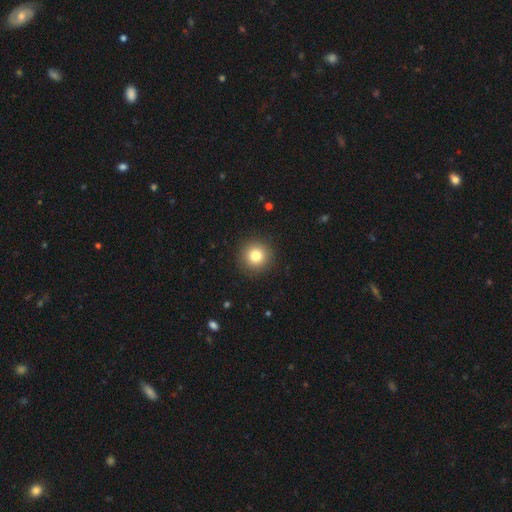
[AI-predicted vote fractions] The model was most divided on "smooth or featured": smooth: 80%, star or artifact: 11%, featured or disk: 8%. More confident: how rounded — round (95%); merging — none (92%).